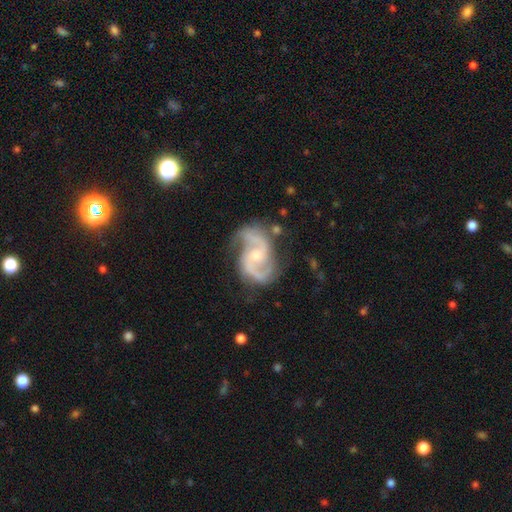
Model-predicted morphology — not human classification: The model was most divided on "bulge size": small: 51%, moderate: 43%, none: 3%, large: 2%, dominant: 1%. Remaining: edge-on disk — no (98%); spiral arms — yes (98%); spiral arm count — 2 (93%); smooth or featured — featured or disk (92%); merging — none (73%); spiral winding — medium (59%); bar — no (49%).